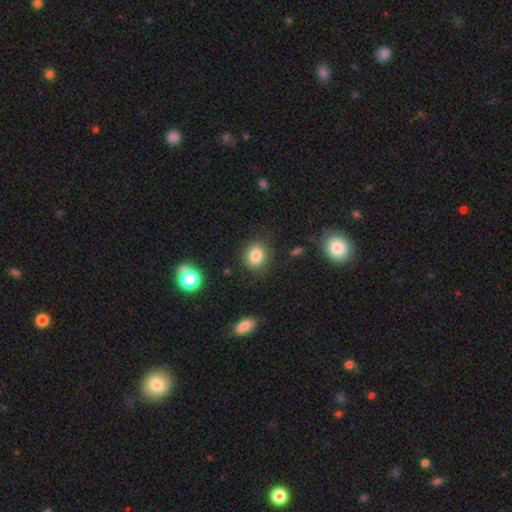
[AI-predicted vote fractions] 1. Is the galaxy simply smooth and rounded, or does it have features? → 83% smooth, 11% star or artifact, 6% featured or disk.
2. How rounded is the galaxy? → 73% round, 26% in between, 1% cigar-shaped.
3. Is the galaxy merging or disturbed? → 85% none, 10% minor disturbance, 3% major disturbance, 2% merger.